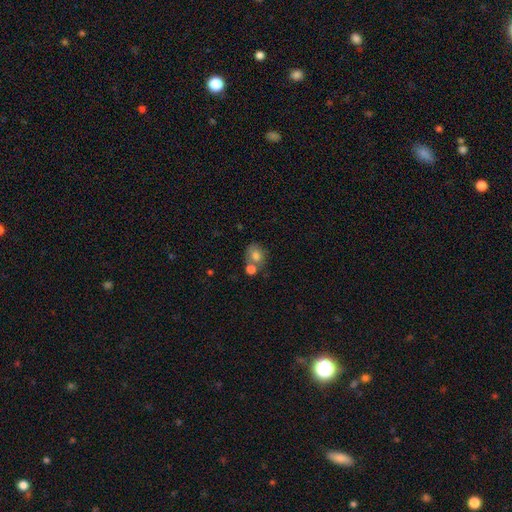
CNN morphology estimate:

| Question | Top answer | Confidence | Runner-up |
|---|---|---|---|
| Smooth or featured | smooth | 77% | featured or disk (13%) |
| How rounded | round | 50% | in between (49%) |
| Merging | none | 41% | merger (39%) |